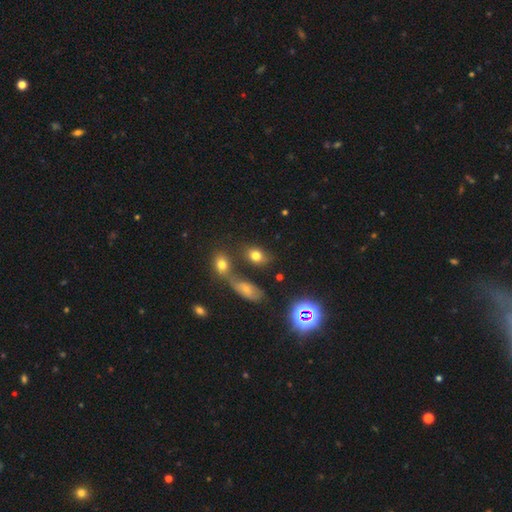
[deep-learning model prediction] A smooth galaxy with no disk features (74%) that is in between round and cigar-shaped (65%). Merging: none (57%).